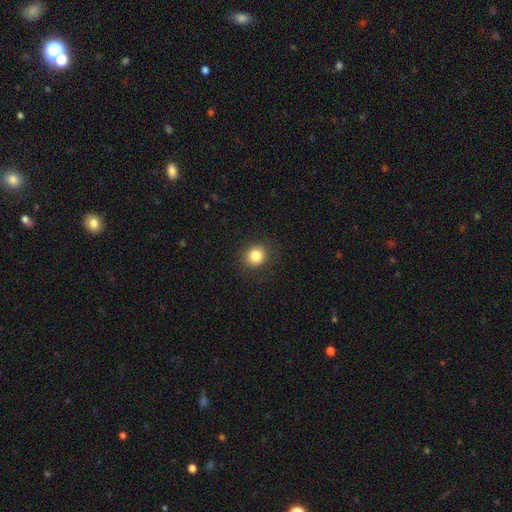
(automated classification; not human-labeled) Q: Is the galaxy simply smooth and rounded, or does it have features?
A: smooth — 83%.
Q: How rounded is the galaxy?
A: round — 83%.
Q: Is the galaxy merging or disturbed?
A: none — 89%.